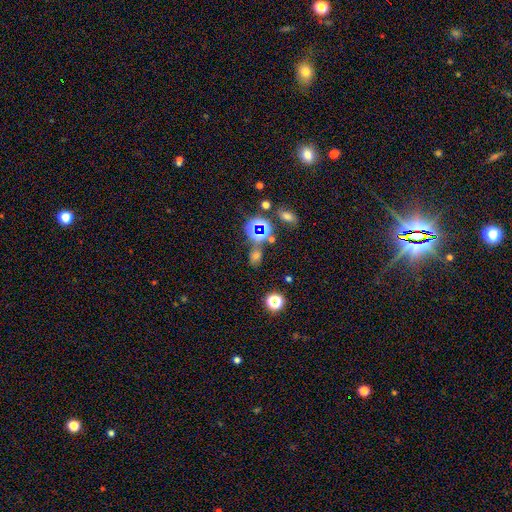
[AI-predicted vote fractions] This appears to be a star or artifact, not a galaxy (52%).